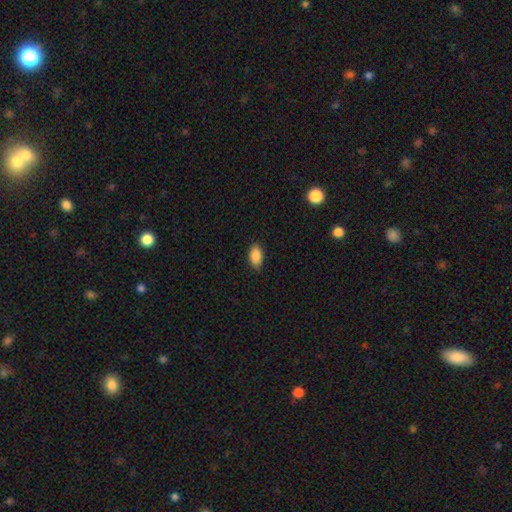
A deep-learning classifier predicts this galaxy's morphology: Q: Smooth or featured?
A: smooth (87%); runner-up: star or artifact (8%)
Q: How rounded?
A: in between (92%); runner-up: round (5%)
Q: Merging?
A: none (86%); runner-up: minor disturbance (11%)